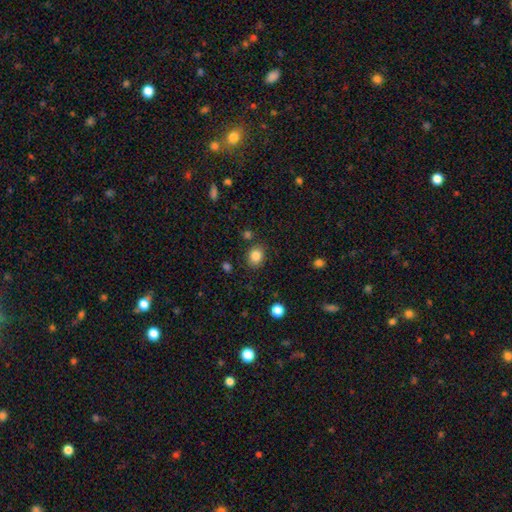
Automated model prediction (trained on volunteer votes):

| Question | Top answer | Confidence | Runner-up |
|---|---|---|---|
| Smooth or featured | smooth | 84% | star or artifact (11%) |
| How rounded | round | 68% | in between (31%) |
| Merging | none | 83% | minor disturbance (10%) |